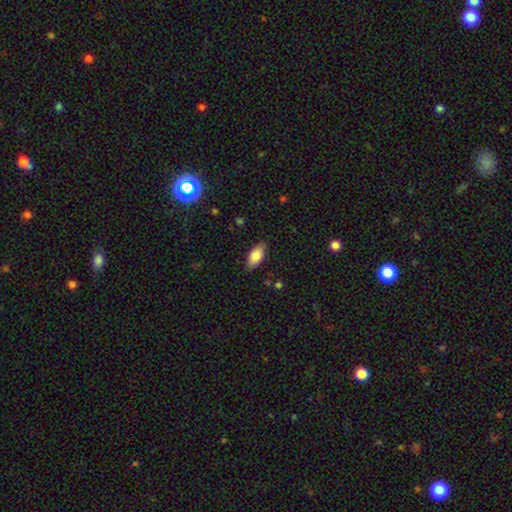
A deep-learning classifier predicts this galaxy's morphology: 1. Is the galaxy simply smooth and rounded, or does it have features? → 84% smooth, 9% featured or disk, 7% star or artifact.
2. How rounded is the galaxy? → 90% in between, 8% cigar-shaped, 2% round.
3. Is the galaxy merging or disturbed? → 85% none, 12% minor disturbance, 2% major disturbance, 1% merger.